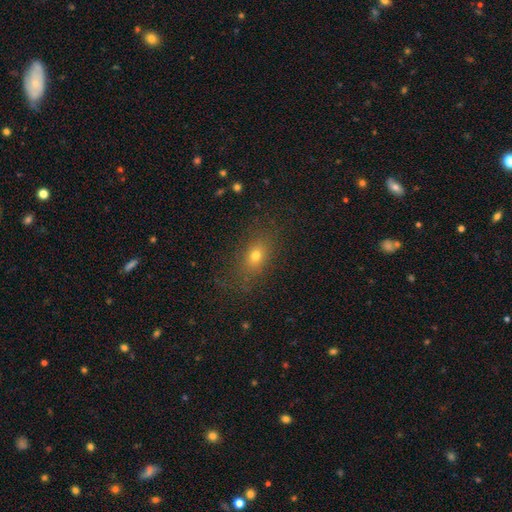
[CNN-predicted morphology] A smooth galaxy with no disk features (70%) that is in between round and cigar-shaped (69%).

Vote fractions:
- Smooth or featured? smooth: 70% / star or artifact: 16% / featured or disk: 14%
- How rounded? in between: 69% / round: 23% / cigar-shaped: 7%
- Merging? none: 79% / minor disturbance: 13% / major disturbance: 6% / merger: 1%